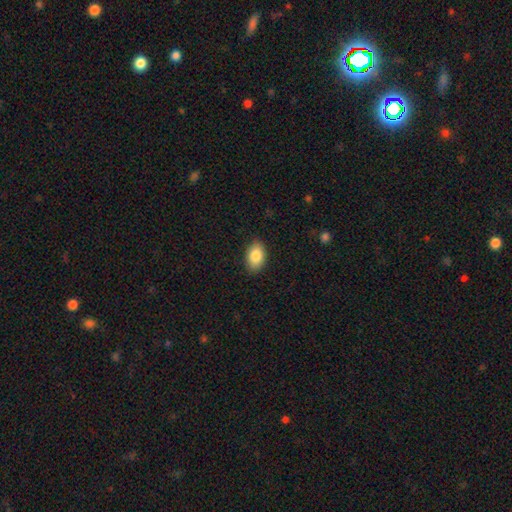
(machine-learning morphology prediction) Smooth or featured? Predicted: smooth (p=0.85). How rounded? Predicted: in between (p=0.90). Merging? Predicted: none (p=0.88).